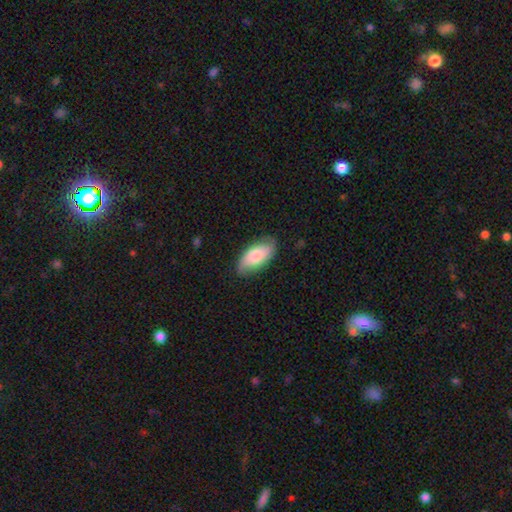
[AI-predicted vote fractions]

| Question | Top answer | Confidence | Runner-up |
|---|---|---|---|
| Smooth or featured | smooth | 69% | featured or disk (25%) |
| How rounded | in between | 92% | cigar-shaped (5%) |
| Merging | none | 78% | minor disturbance (17%) |